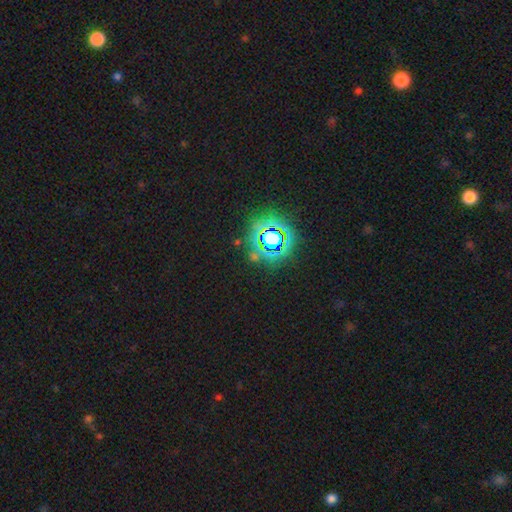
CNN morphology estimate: Smooth or featured?
  - star or artifact: 78% *
  - smooth: 13%
  - featured or disk: 9%